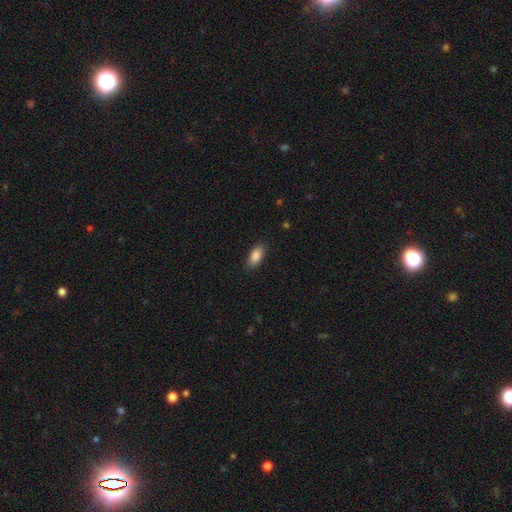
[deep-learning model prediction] This is clearly a smooth galaxy (89%). How rounded: clearly in between (90%). Merging: clearly none (87%).